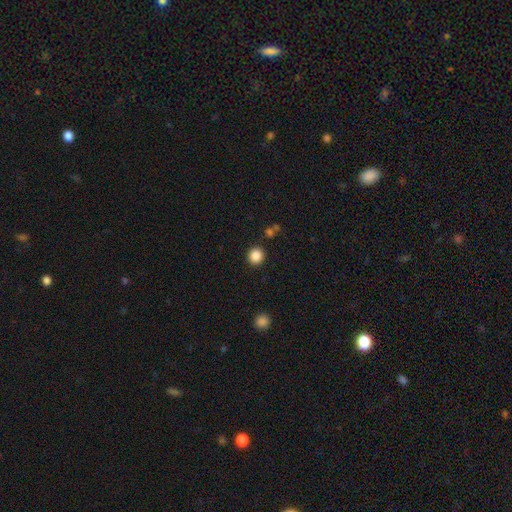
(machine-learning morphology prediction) type=smooth (86%); roundness=round (90%); merging=none (89%).